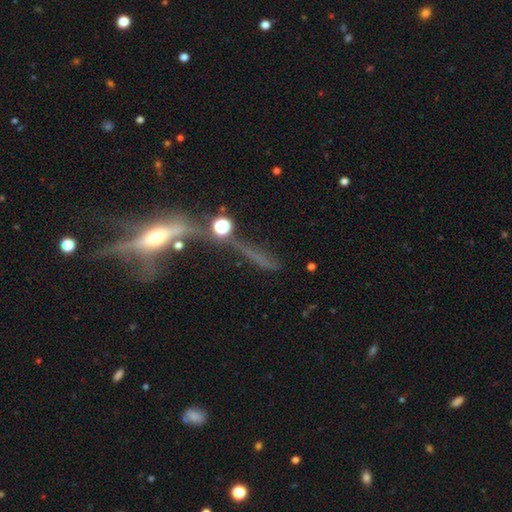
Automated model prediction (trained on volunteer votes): The model was most divided on "merging": none: 47%, merger: 22%, major disturbance: 16%, minor disturbance: 15%. More confident: edge-on disk — yes (77%); smooth or featured — featured or disk (52%).